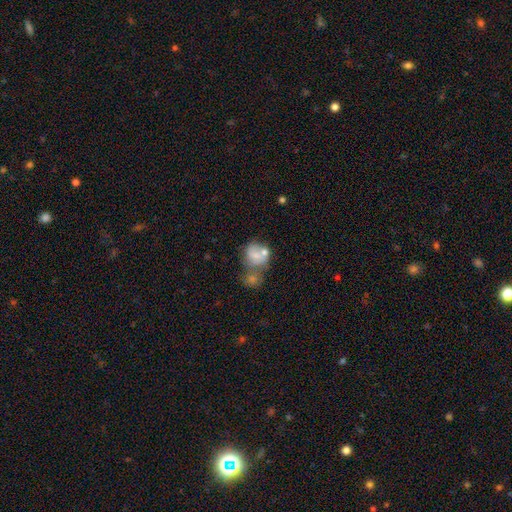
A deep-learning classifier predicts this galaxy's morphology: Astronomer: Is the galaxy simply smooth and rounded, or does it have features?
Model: smooth — 62%.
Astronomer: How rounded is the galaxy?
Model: round — 55% (runner-up: in between, 43%).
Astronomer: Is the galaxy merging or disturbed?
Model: merger — 52%.